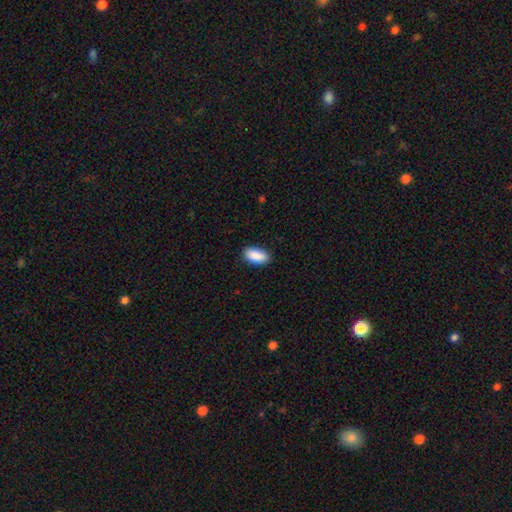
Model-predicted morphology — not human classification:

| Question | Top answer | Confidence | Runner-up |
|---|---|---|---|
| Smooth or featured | smooth | 90% | star or artifact (7%) |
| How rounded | in between | 94% | cigar-shaped (3%) |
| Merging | none | 85% | minor disturbance (12%) |